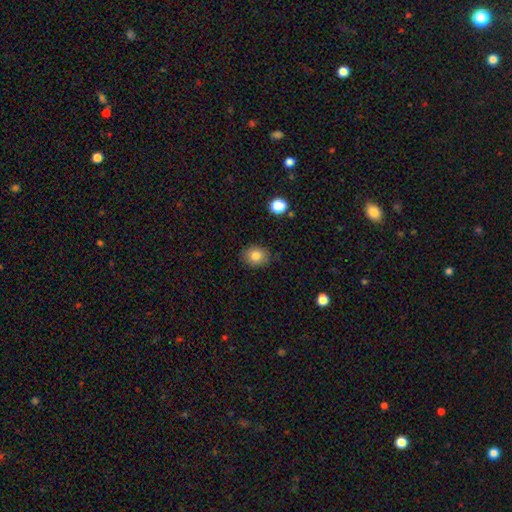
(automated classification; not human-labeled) The model was most divided on "how rounded": round: 59%, in between: 40%, cigar-shaped: 1%. More confident: merging — none (83%); smooth or featured — smooth (82%).